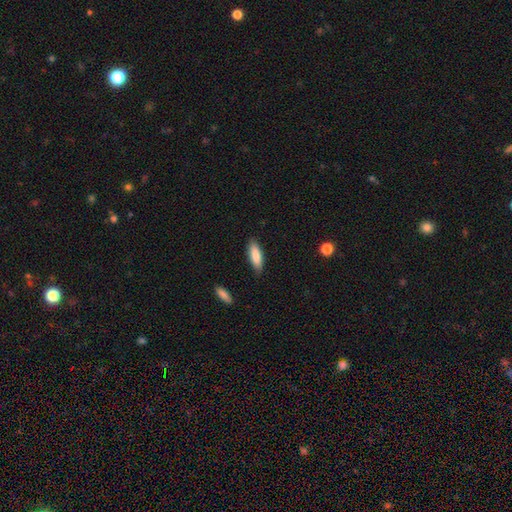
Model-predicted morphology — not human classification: This is clearly a smooth galaxy (85%). How rounded: possibly in between (54%). Merging: clearly none (85%).